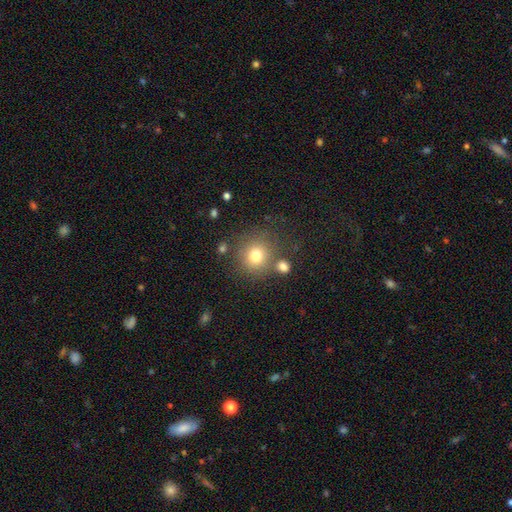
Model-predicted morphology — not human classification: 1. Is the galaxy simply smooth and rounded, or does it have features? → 77% smooth, 13% star or artifact, 10% featured or disk.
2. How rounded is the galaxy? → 90% round, 9% in between, 1% cigar-shaped.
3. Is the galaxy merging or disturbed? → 75% none, 10% minor disturbance, 10% merger, 5% major disturbance.